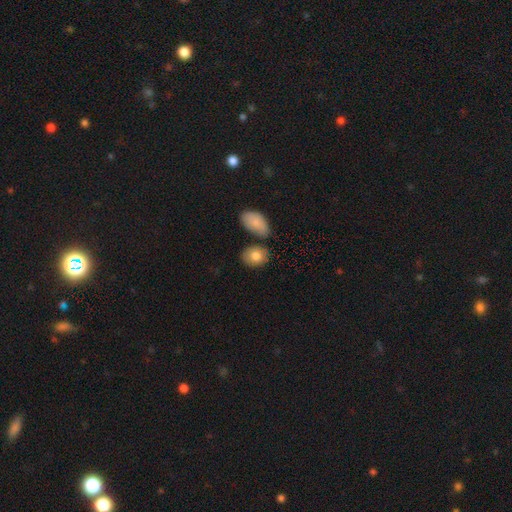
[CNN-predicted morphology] type=smooth (82%); roundness=in between (65%); merging=none (68%).